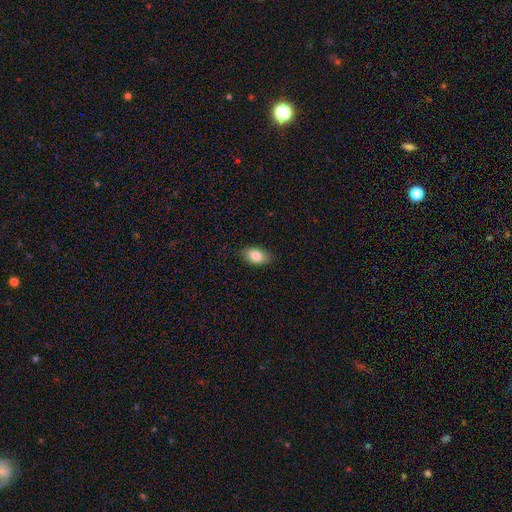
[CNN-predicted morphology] Overall: smooth (84%). How rounded: in between (91%). Merging: none (86%).